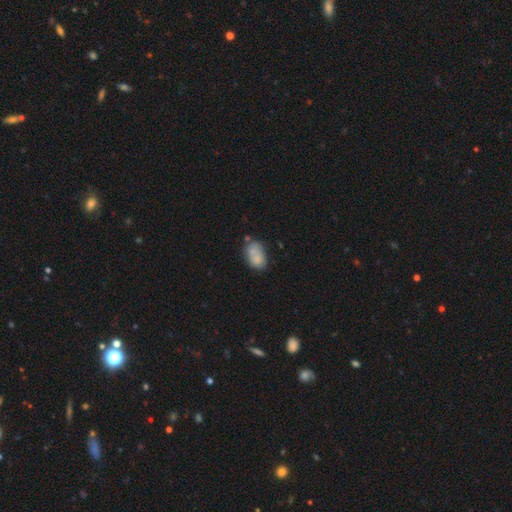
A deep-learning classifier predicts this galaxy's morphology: Smooth or featured? Predicted: smooth (p=0.74). How rounded? Predicted: in between (p=0.86). Merging? Predicted: none (p=0.45).